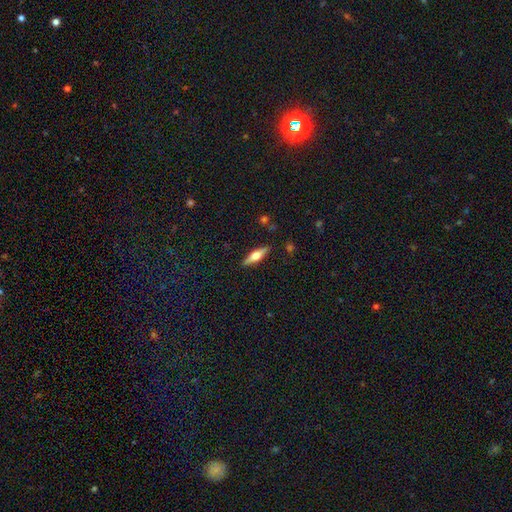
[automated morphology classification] smooth_or_featured: featured or disk (p=0.50) [alt: smooth p=0.44]
merging: none (p=0.89) [alt: minor disturbance p=0.08]